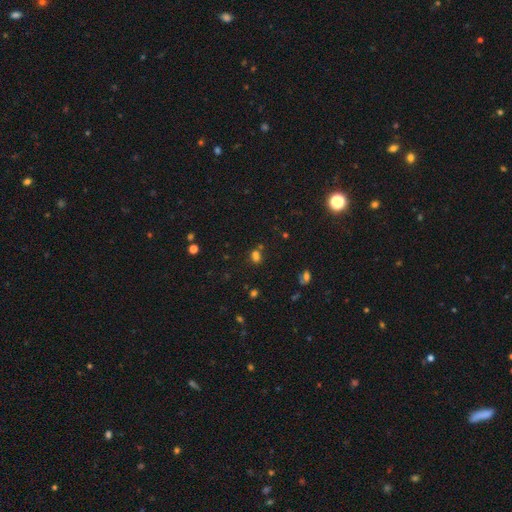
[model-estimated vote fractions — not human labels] This appears to be a smooth galaxy with no disk features (67%) that is in between round and cigar-shaped (62%). Merging: none (58%).